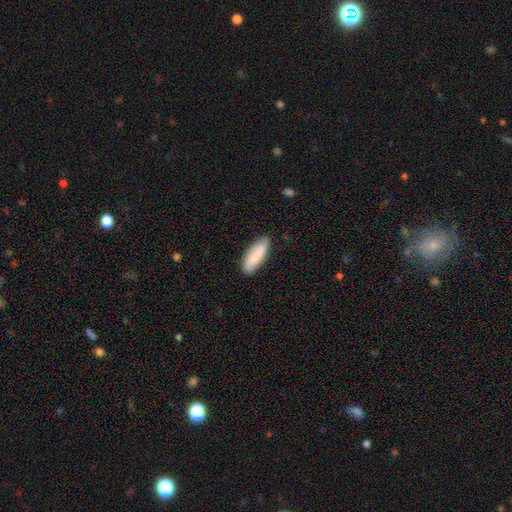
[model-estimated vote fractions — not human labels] Overall: smooth (79%). How rounded: in between (59%; cigar-shaped 39%). Merging: none (81%).